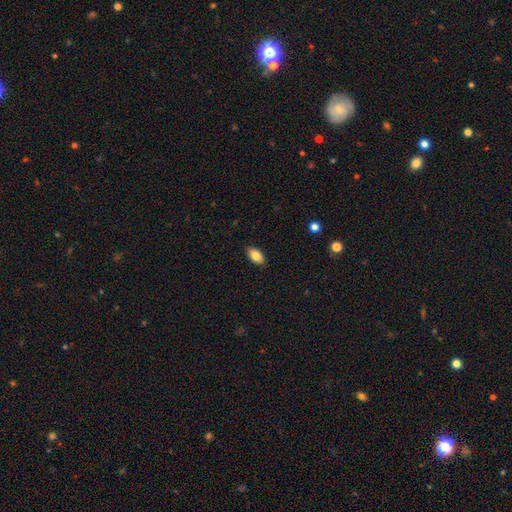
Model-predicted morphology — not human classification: A smooth galaxy with no disk features (84%) that is in between round and cigar-shaped (92%). Merging: none (89%).